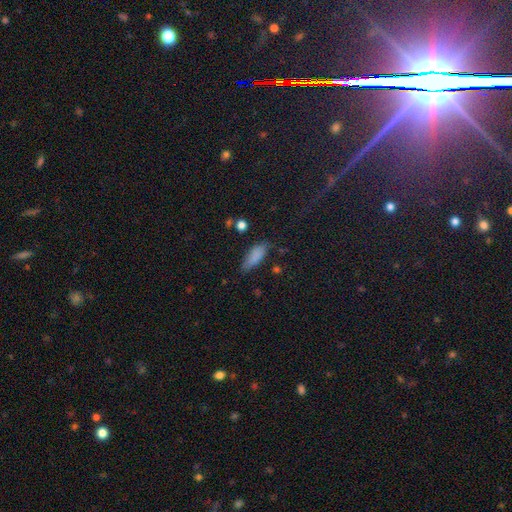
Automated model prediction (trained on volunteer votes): The model was most divided on "how rounded": in between: 70%, cigar-shaped: 28%, round: 2%. More confident: smooth or featured — smooth (82%); merging — none (68%).